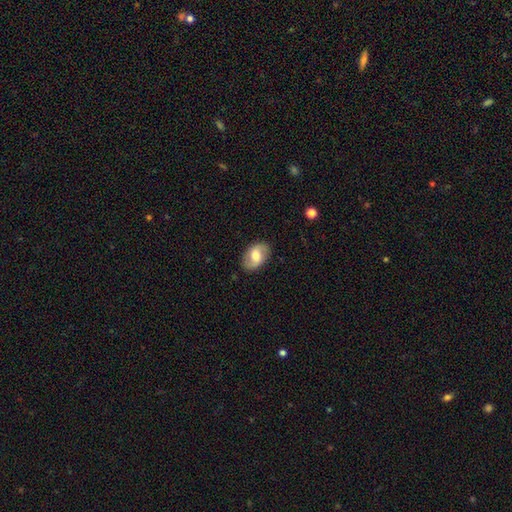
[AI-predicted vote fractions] smooth_or_featured: featured or disk (p=0.49) [alt: smooth p=0.45]
merging: none (p=0.85) [alt: minor disturbance p=0.11]